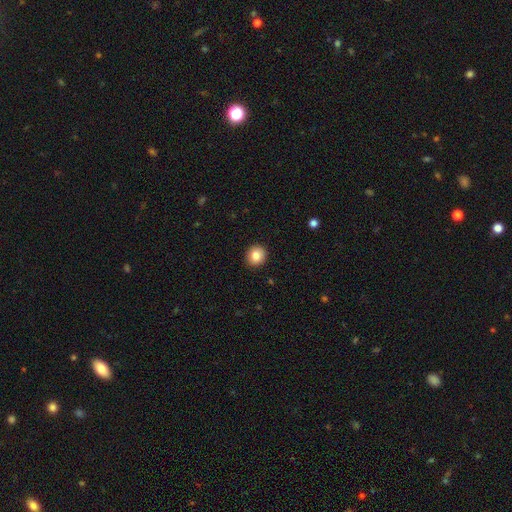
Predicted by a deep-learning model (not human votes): Smooth or featured: smooth — 84% (star or artifact — 9%)
How rounded: round — 87% (in between — 12%)
Merging: none — 92% (minor disturbance — 5%)